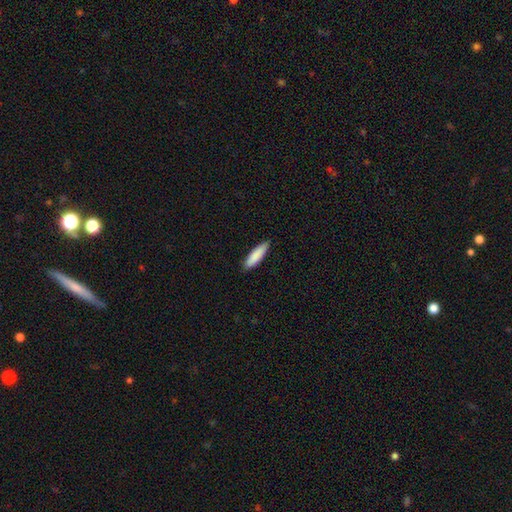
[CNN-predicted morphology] smooth 88%, featured or disk 7%, star or artifact 5%. Down the decision tree: how rounded — cigar-shaped (63%); merging — none (87%).